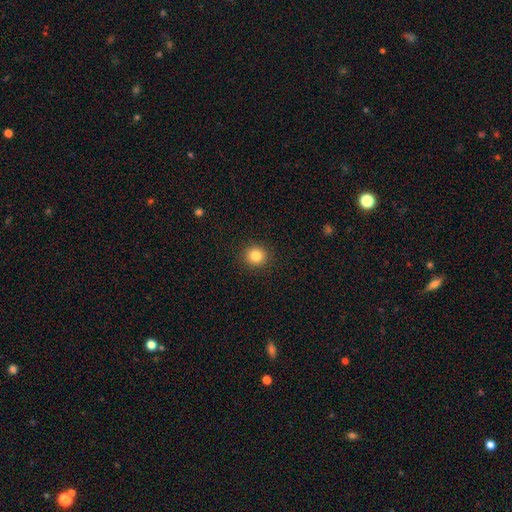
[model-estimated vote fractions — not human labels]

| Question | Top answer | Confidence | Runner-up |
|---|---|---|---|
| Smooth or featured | smooth | 83% | star or artifact (11%) |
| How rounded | round | 90% | in between (9%) |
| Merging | none | 92% | minor disturbance (5%) |